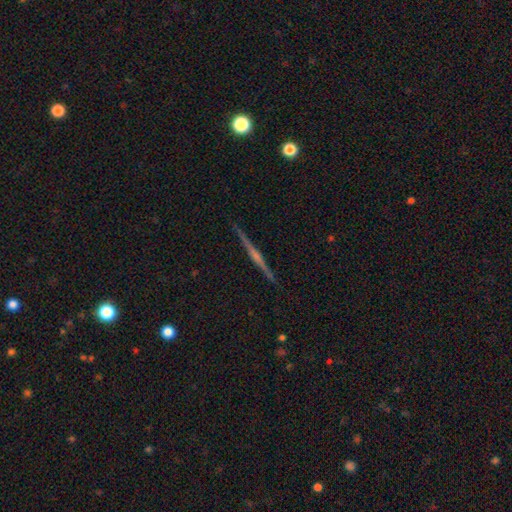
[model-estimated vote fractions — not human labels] smooth_or_featured: featured or disk (p=0.72) [alt: smooth p=0.17]
disk_edge_on: yes (p=0.97) [alt: no p=0.03]
edge_on_bulge: rounded (p=0.63) [alt: none p=0.27]
merging: none (p=0.89) [alt: minor disturbance p=0.07]